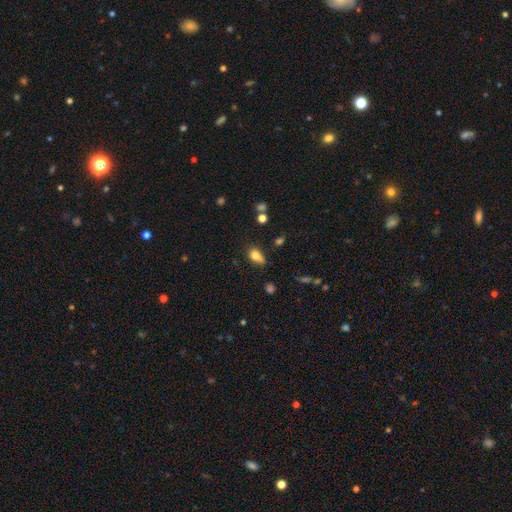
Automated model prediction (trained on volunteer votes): smooth 80%, star or artifact 11%, featured or disk 10%. Down the decision tree: how rounded — in between (82%); merging — none (62%).